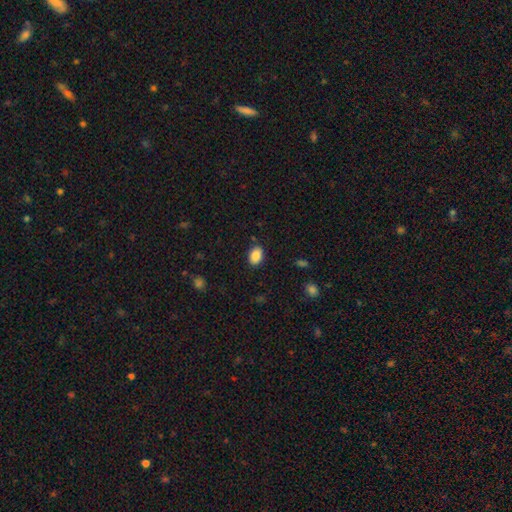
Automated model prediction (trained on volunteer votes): Smooth or featured: smooth — 88% (star or artifact — 8%)
How rounded: in between — 82% (round — 17%)
Merging: none — 86% (minor disturbance — 10%)